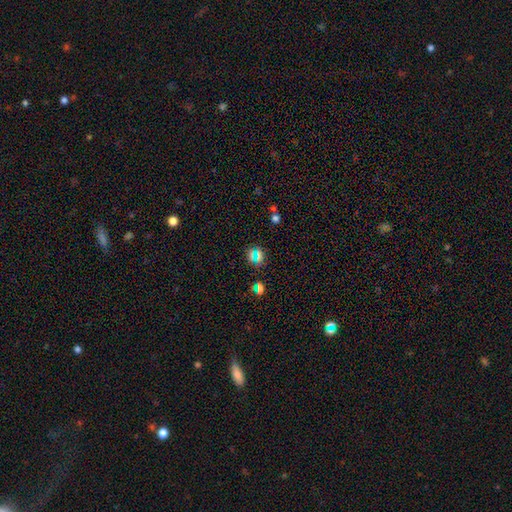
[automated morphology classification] Smooth or featured? smooth (46%)
Merging? none (73%)